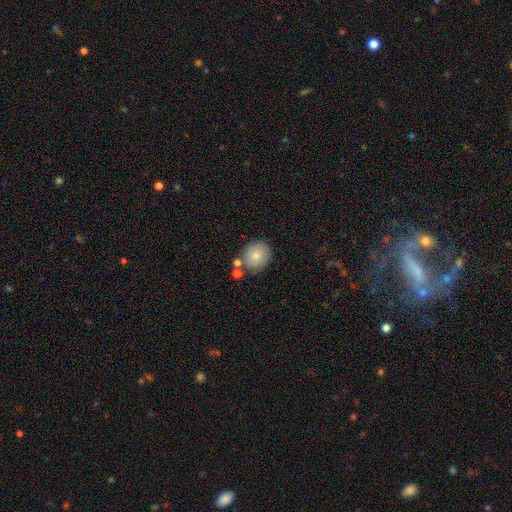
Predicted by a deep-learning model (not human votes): smooth 79%, featured or disk 13%, star or artifact 8%. Down the decision tree: how rounded — round (82%); merging — none (71%).